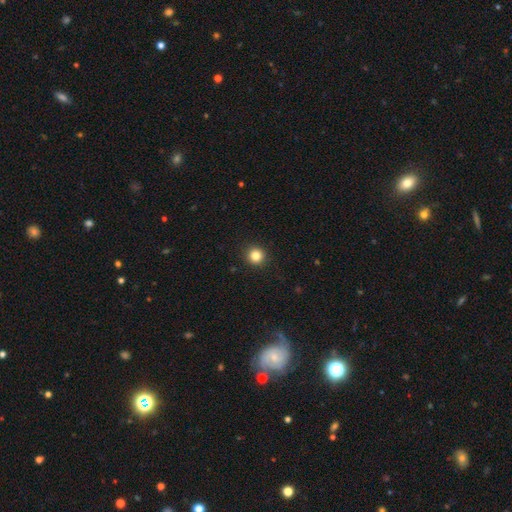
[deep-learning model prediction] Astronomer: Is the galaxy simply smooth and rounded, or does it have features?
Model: smooth — 84%.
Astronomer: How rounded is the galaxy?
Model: round — 95%.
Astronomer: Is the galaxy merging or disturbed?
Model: none — 93%.